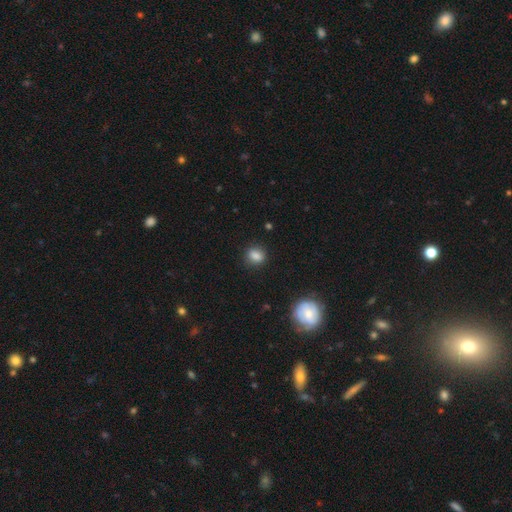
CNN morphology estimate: Overall: smooth (84%). How rounded: round (56%; in between 42%). Merging: none (84%).